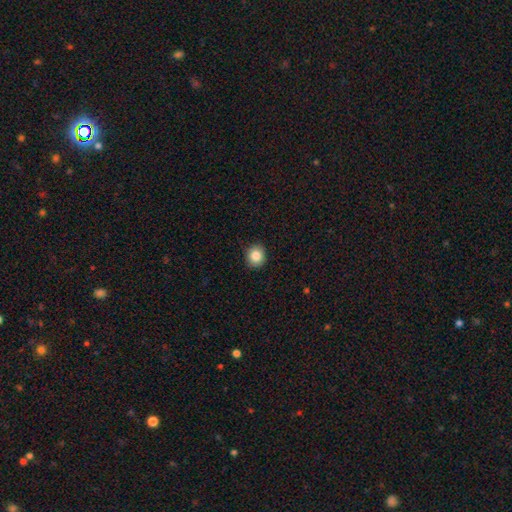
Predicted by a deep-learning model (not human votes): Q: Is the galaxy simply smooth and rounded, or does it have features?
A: smooth — 85%.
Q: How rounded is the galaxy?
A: round — 79%.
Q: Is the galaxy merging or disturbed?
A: none — 89%.